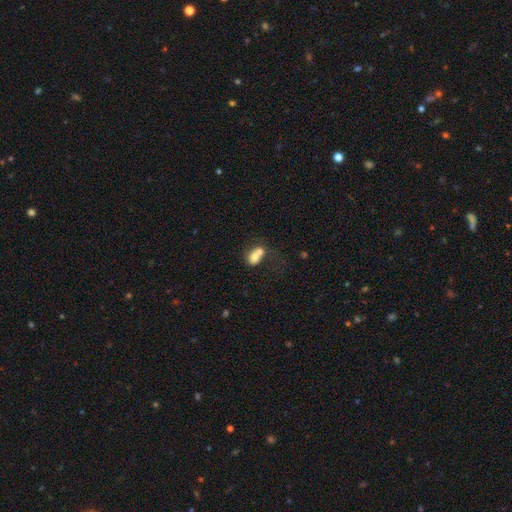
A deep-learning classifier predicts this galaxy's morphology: A smooth galaxy with no disk features (69%) that is in between round and cigar-shaped (59%). Merging: merger (67%).